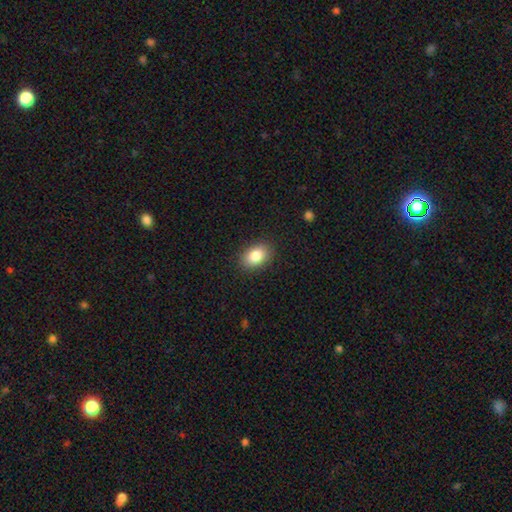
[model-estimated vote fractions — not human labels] smooth_or_featured: smooth (p=0.84) [alt: star or artifact p=0.08]
how_rounded: in between (p=0.80) [alt: round p=0.19]
merging: none (p=0.88) [alt: minor disturbance p=0.09]